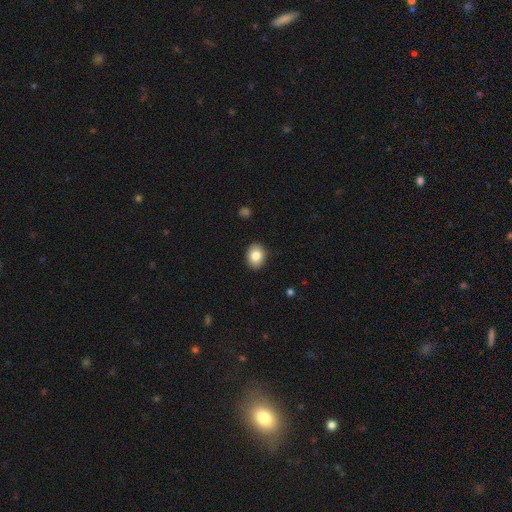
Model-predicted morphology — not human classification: Smooth or featured? Predicted: smooth (p=0.84). How rounded? Predicted: in between (p=0.57). Merging? Predicted: none (p=0.89).